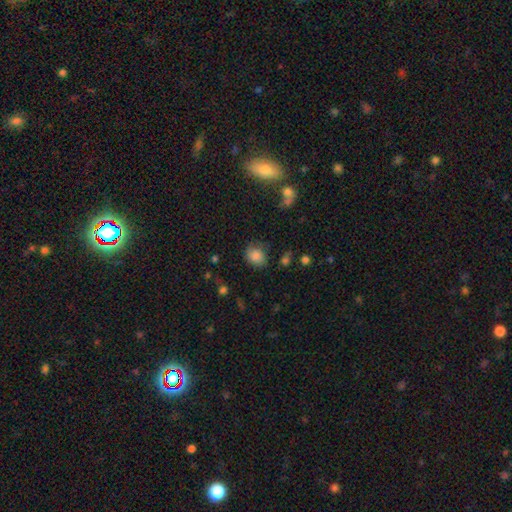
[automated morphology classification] The model was most divided on "how rounded": round: 56%, in between: 43%, cigar-shaped: 1%. More confident: smooth or featured — smooth (81%); merging — none (73%).